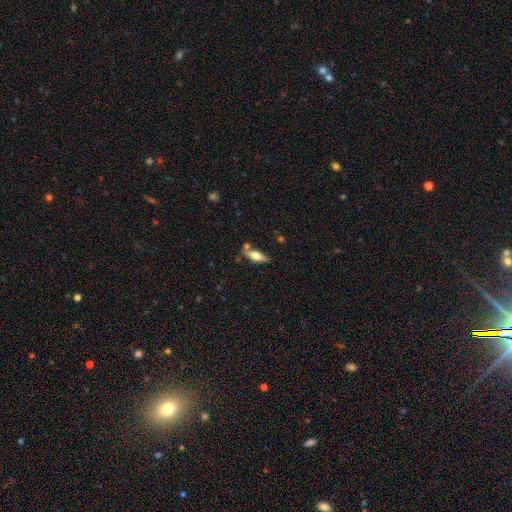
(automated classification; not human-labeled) This appears to be a smooth galaxy with no disk features (47%). Merging: none (72%).